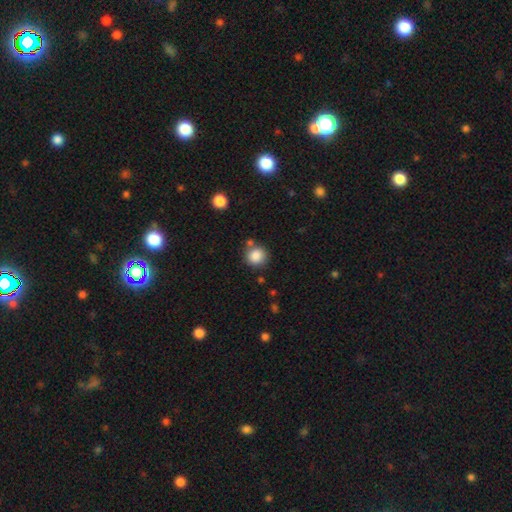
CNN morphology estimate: Smooth or featured: smooth — 86% (star or artifact — 10%)
How rounded: round — 90% (in between — 9%)
Merging: none — 76% (minor disturbance — 10%)